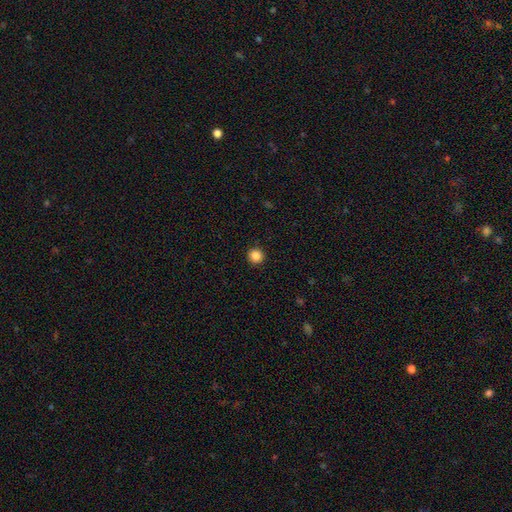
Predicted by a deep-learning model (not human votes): Smooth or featured: smooth — 86% (star or artifact — 11%)
How rounded: round — 95% (in between — 4%)
Merging: none — 93% (minor disturbance — 4%)